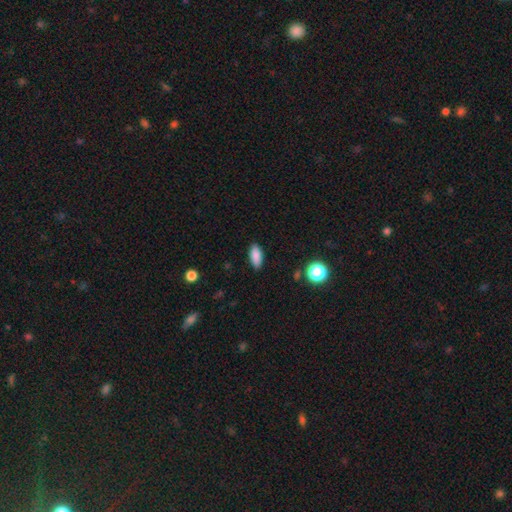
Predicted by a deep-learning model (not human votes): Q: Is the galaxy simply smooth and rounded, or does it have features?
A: smooth — 87%.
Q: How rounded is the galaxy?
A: in between — 84%.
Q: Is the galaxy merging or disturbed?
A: none — 87%.